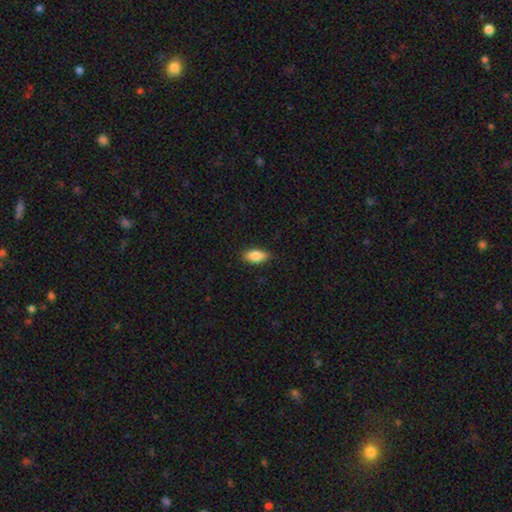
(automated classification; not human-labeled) smooth-or-featured: smooth: 85% | featured or disk: 8% | star or artifact: 7%
  how-rounded: in between: 90% | cigar-shaped: 6% | round: 4%
  merging: none: 86% | minor disturbance: 11% | major disturbance: 2% | merger: 1%